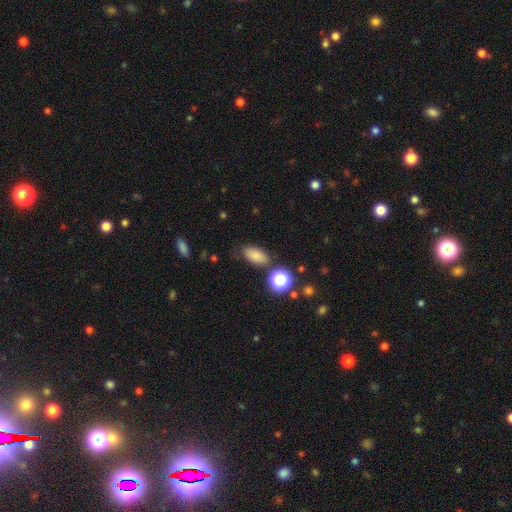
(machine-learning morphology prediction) Overall: smooth (79%). How rounded: in between (87%). Merging: none (74%).